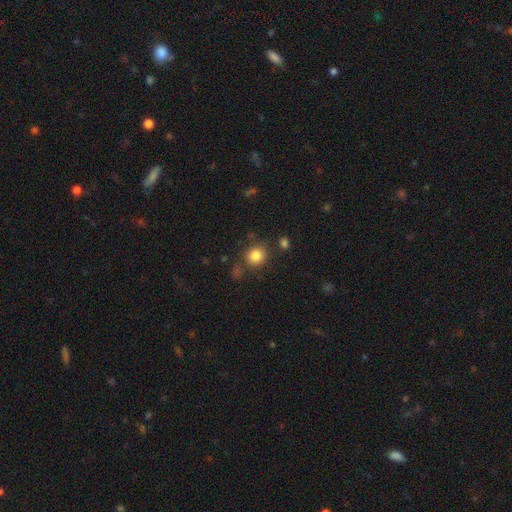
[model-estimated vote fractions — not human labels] A smooth galaxy with no disk features (84%) that is round (86%).

Vote fractions:
- Smooth or featured? smooth: 84% / star or artifact: 11% / featured or disk: 6%
- How rounded? round: 86% / in between: 13% / cigar-shaped: 1%
- Merging? none: 80% / minor disturbance: 10% / merger: 6% / major disturbance: 4%